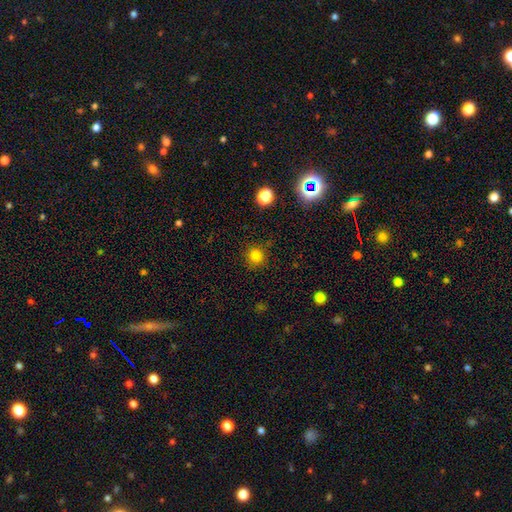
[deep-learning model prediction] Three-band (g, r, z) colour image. It shows a smooth galaxy with no disk features (82%) that is round (92%). Merging: none (87%).